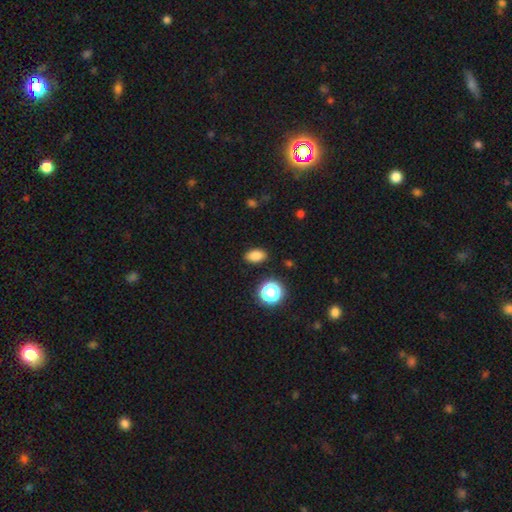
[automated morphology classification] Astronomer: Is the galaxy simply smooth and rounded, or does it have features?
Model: smooth — 82%.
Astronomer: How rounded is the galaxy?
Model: in between — 84%.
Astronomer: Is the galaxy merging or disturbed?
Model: none — 87%.